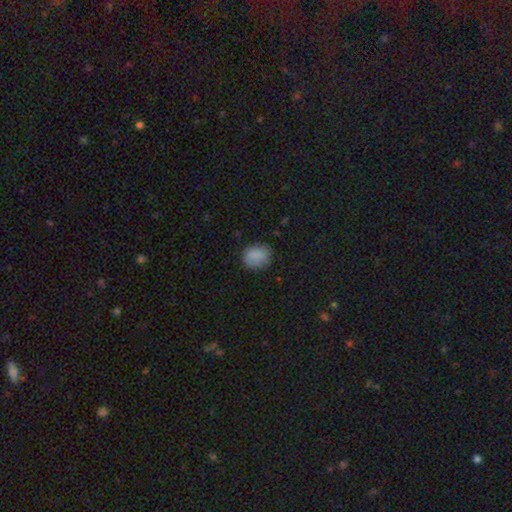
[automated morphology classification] Smooth or featured? Predicted: smooth (p=0.86). How rounded? Predicted: round (p=0.54). Merging? Predicted: none (p=0.77).